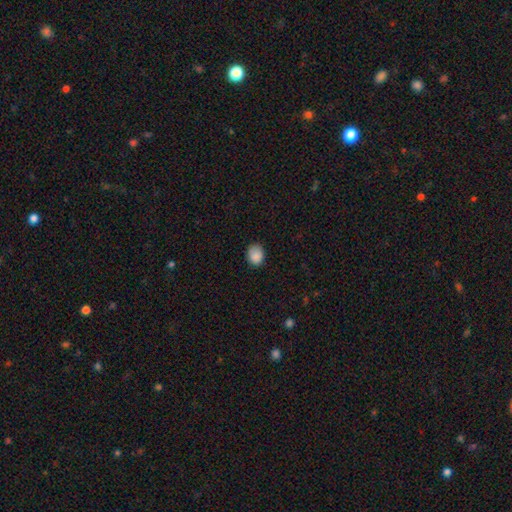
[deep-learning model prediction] A smooth galaxy with no disk features (87%) that is in between round and cigar-shaped (52%).

Vote fractions:
- Smooth or featured? smooth: 87% / star or artifact: 9% / featured or disk: 4%
- How rounded? in between: 52% / round: 47% / cigar-shaped: 1%
- Merging? none: 77% / minor disturbance: 18% / major disturbance: 3% / merger: 1%